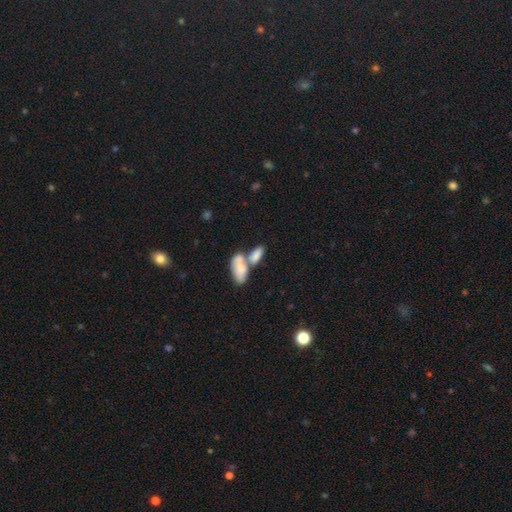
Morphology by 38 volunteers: type=smooth (84%); roundness=in between (94%); merging=merger (69%).